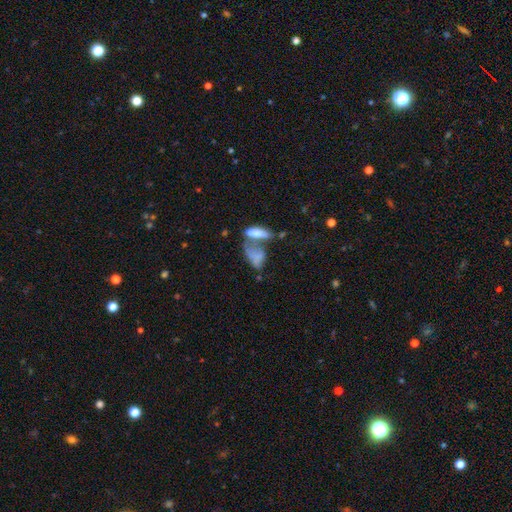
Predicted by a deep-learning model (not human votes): Overall: smooth (64%; featured or disk 25%). How rounded: in between (79%). Merging: merger (56%; none 19%).